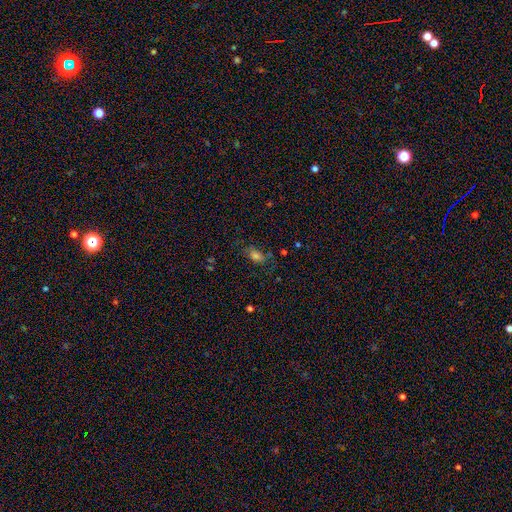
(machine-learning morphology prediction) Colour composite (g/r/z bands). It shows a smooth galaxy with no disk features (70%) that is in between round and cigar-shaped (84%). Merging: none (68%).